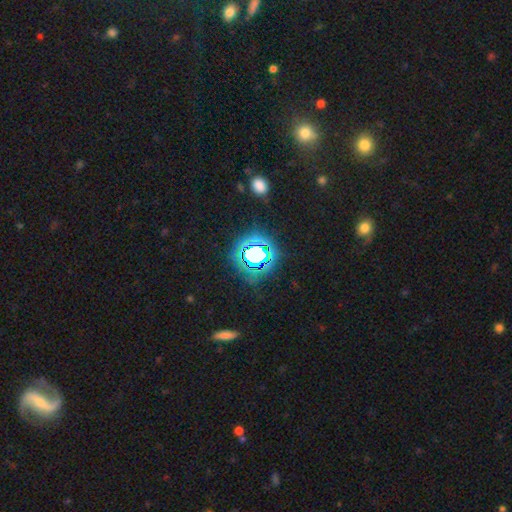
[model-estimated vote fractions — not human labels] The model was most divided on "smooth or featured": star or artifact: 72%, smooth: 18%, featured or disk: 10%.